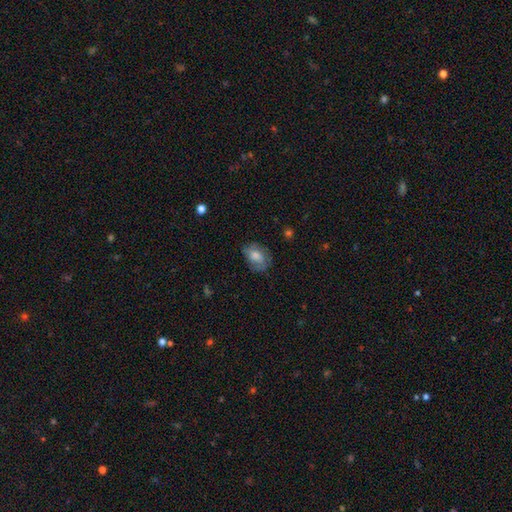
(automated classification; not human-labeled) Overall: smooth (73%). How rounded: in between (77%). Merging: none (64%; minor disturbance 25%).